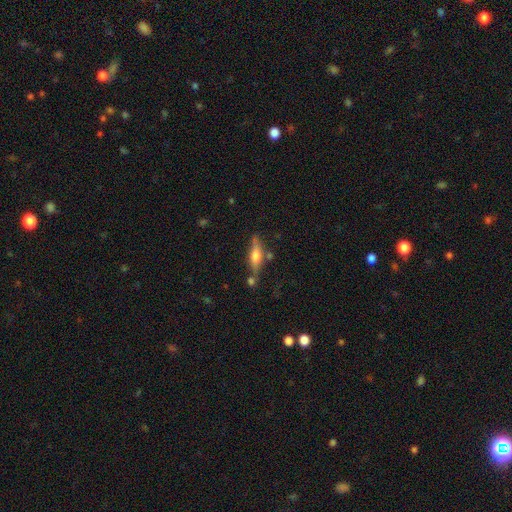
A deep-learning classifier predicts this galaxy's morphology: This appears to be a featured or disk galaxy (53%) viewed edge-on (91%). Merging: none (69%).